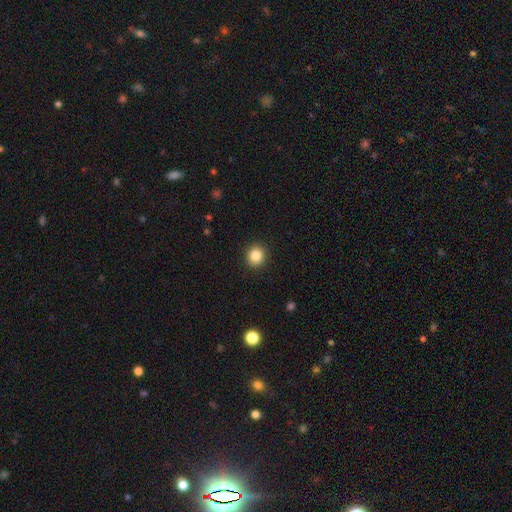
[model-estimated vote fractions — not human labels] smooth-or-featured: smooth: 84% | star or artifact: 10% | featured or disk: 5%
  how-rounded: round: 87% | in between: 13% | cigar-shaped: 1%
  merging: none: 92% | minor disturbance: 5% | major disturbance: 2% | merger: 1%